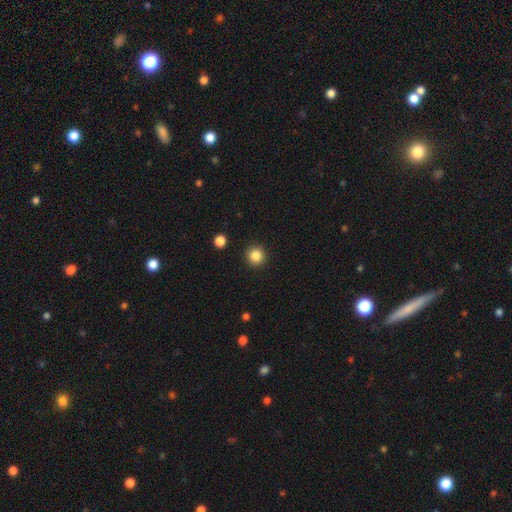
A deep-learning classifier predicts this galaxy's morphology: Overall: smooth (85%). How rounded: round (95%). Merging: none (92%).